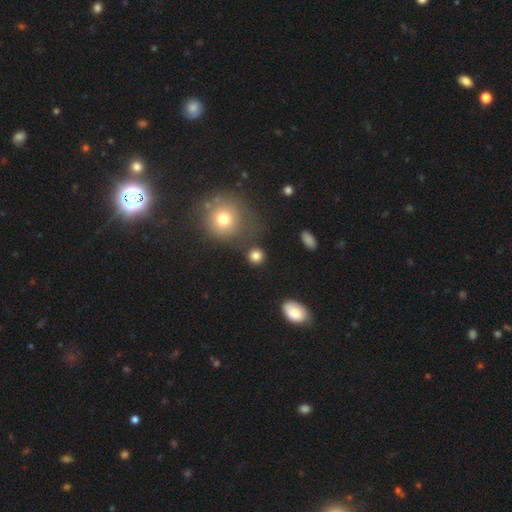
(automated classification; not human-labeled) A smooth galaxy with no disk features (82%) that is round (89%). Merging: none (79%).